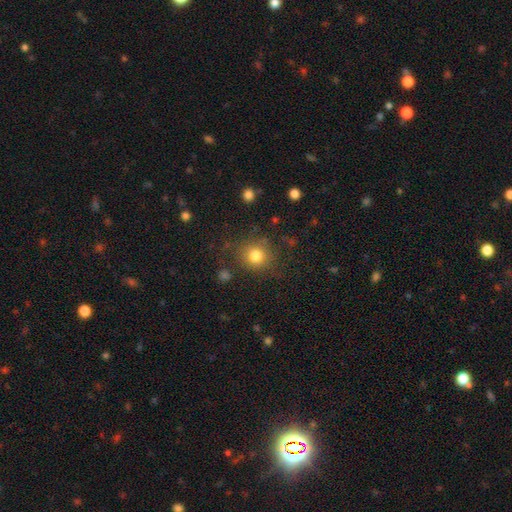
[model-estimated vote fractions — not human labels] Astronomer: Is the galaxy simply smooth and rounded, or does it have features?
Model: smooth — 81%.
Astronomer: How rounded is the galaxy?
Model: round — 87%.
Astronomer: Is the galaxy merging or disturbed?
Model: none — 81%.